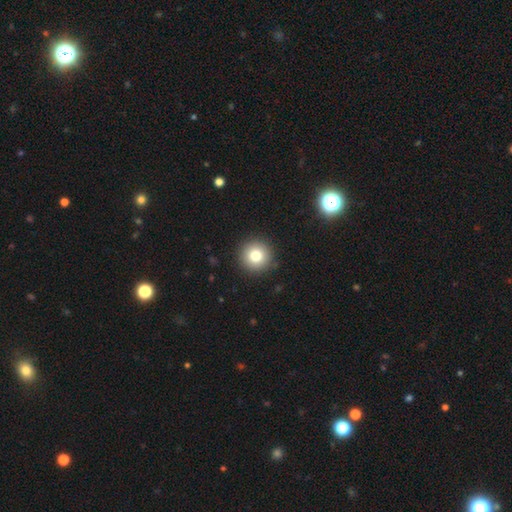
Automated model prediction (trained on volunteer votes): smooth 79%, star or artifact 11%, featured or disk 10%. Down the decision tree: how rounded — round (96%); merging — none (91%).